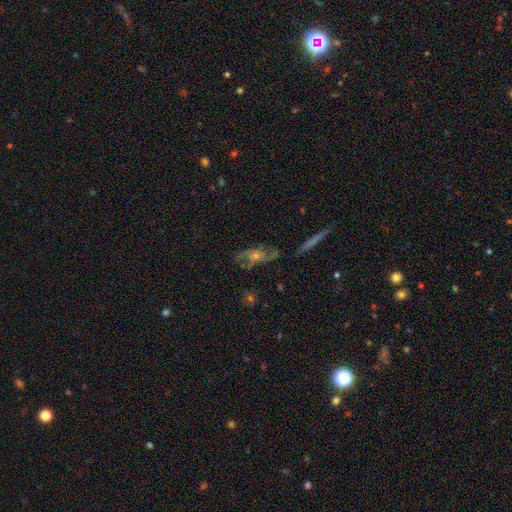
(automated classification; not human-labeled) This appears to be a featured or disk galaxy (66%) with no bar (71%), spiral arms (78%) and a small central bulge (46%). Merging: none (66%).